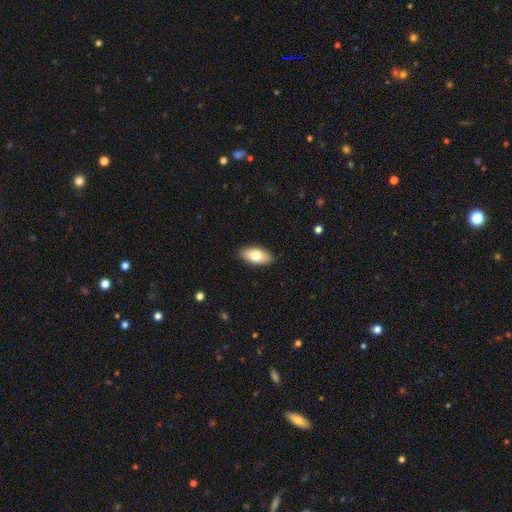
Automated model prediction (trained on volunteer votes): Smooth or featured: smooth — 76% (featured or disk — 18%)
How rounded: in between — 91% (cigar-shaped — 6%)
Merging: none — 89% (minor disturbance — 8%)